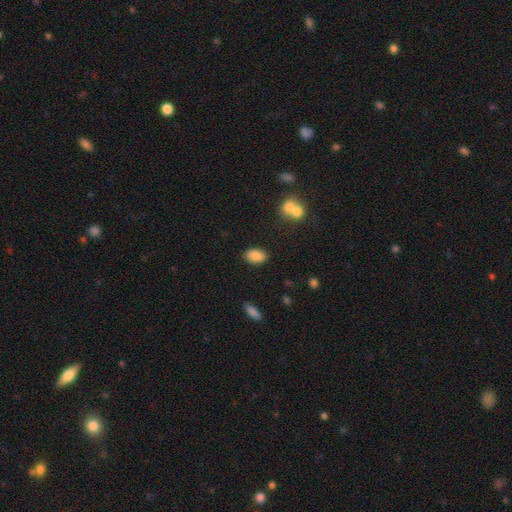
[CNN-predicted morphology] smooth 87%, star or artifact 8%, featured or disk 5%. Down the decision tree: how rounded — in between (90%); merging — none (85%).